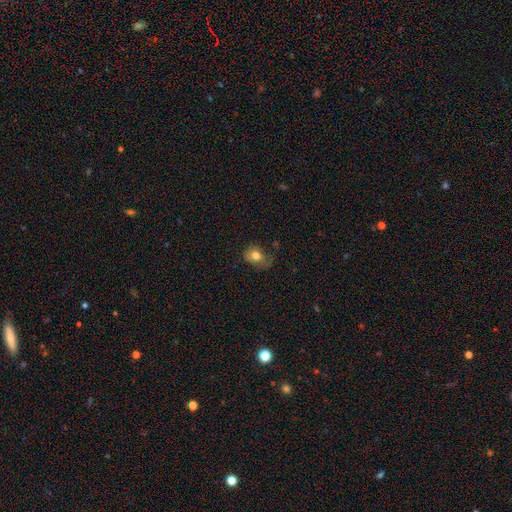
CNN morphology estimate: Q: Smooth or featured?
A: smooth (75%); runner-up: featured or disk (15%)
Q: How rounded?
A: in between (50%); runner-up: round (49%)
Q: Merging?
A: none (46%); runner-up: minor disturbance (31%)